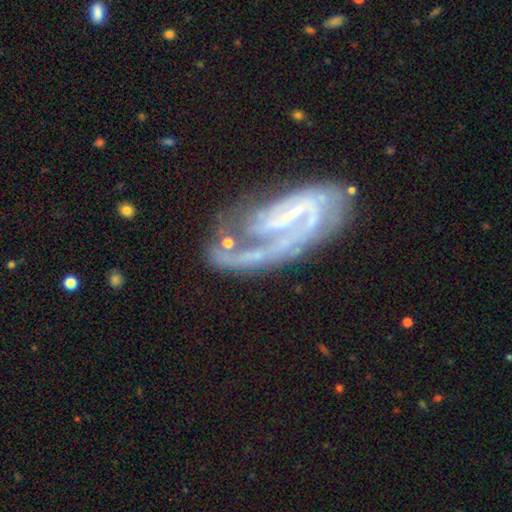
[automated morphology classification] Smooth or featured? featured or disk (82%)
Edge-on disk? no (94%)
Bar? weak (37%)
Spiral arms? yes (89%)
Spiral winding? tight (40%)
Spiral arm count? 2 (35%)
Bulge size? small (58%)
Merging? none (46%)